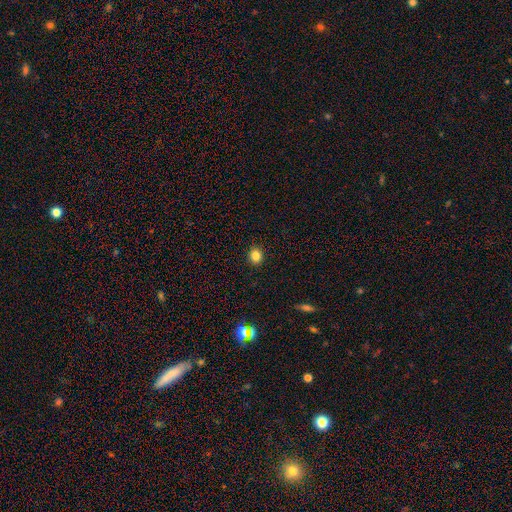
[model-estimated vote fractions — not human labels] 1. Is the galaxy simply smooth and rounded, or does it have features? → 83% smooth, 12% star or artifact, 5% featured or disk.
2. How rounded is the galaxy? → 77% round, 22% in between, 1% cigar-shaped.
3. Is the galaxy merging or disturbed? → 91% none, 6% minor disturbance, 2% major disturbance, 1% merger.